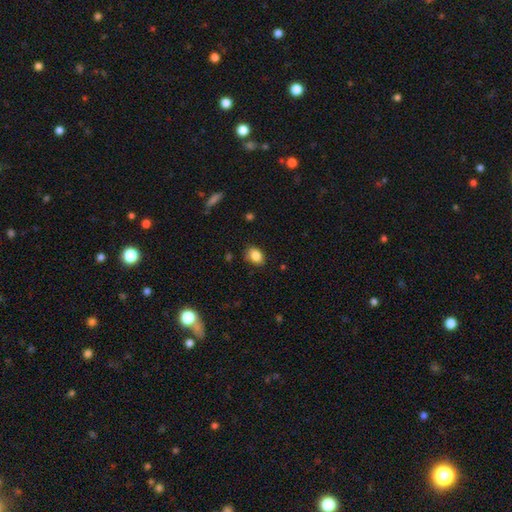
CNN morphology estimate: Q: Smooth or featured?
A: smooth (85%); runner-up: star or artifact (9%)
Q: How rounded?
A: in between (71%); runner-up: round (28%)
Q: Merging?
A: none (76%); runner-up: minor disturbance (19%)